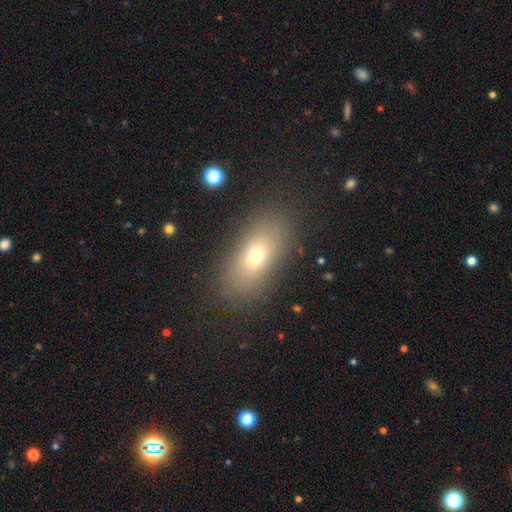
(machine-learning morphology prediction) Smooth or featured?
  - smooth: 68% *
  - featured or disk: 19%
  - star or artifact: 14%
How rounded?
  - in between: 81% *
  - round: 11%
  - cigar-shaped: 8%
Merging?
  - none: 83% *
  - minor disturbance: 10%
  - major disturbance: 5%
  - merger: 1%